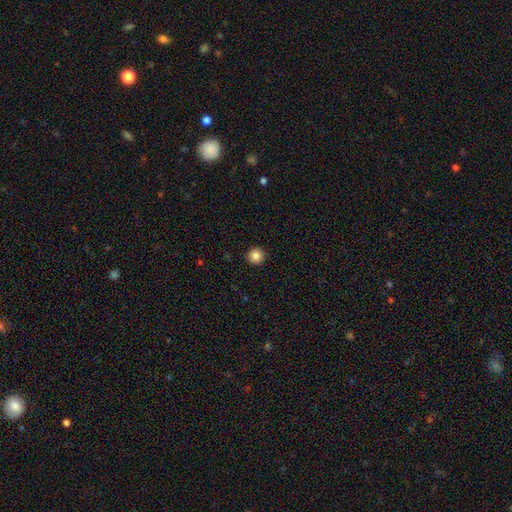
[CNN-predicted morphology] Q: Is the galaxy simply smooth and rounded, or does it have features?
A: smooth — 86%.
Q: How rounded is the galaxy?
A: round — 95%.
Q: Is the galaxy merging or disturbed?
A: none — 93%.